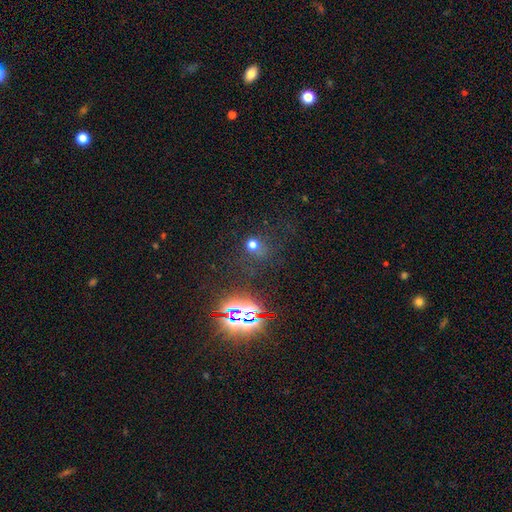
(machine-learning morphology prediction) smooth-or-featured: star or artifact: 75% | smooth: 18% | featured or disk: 8%